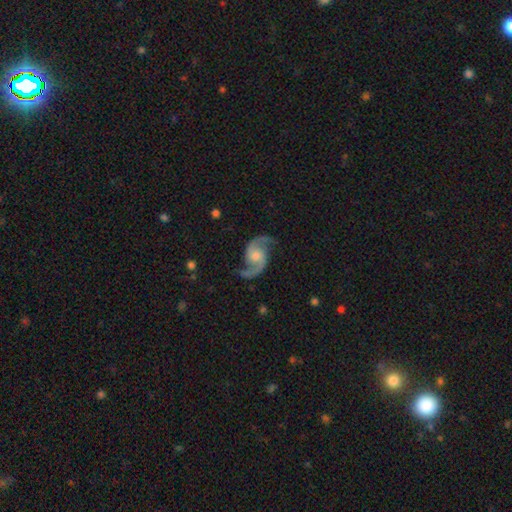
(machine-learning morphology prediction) A featured or disk galaxy (92%) with no bar (59%), 2 (95%) medium (49%) spiral arms (98%) and a moderate central bulge (48%).

Vote fractions:
- Smooth or featured? featured or disk: 92% / star or artifact: 4% / smooth: 3%
- Edge-on disk? no: 98% / yes: 2%
- Bar? no: 59% / weak: 34% / strong: 8%
- Spiral arms? yes: 98% / no: 2%
- Spiral winding? medium: 49% / loose: 42% / tight: 9%
- Spiral arm count? 2: 95% / can't tell: 1% / 1: 1% / 3: 1% / 4: 1% / more than 4: 1%
- Bulge size? moderate: 48% / small: 36% / none: 8% / large: 7% / dominant: 1%
- Merging? none: 81% / minor disturbance: 13% / major disturbance: 5% / merger: 1%